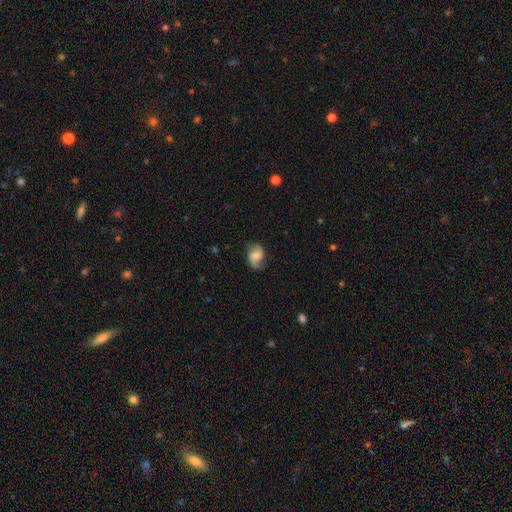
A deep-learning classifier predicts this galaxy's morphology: smooth_or_featured: featured or disk (p=0.61) [alt: smooth p=0.30]
disk_edge_on: no (p=0.97) [alt: yes p=0.03]
bar: no (p=0.51) [alt: weak p=0.39]
has_spiral_arms: yes (p=0.92) [alt: no p=0.08]
spiral_winding: loose (p=0.49) [alt: medium p=0.38]
spiral_arm_count: 2 (p=0.86) [alt: 1 p=0.06]
bulge_size: moderate (p=0.31) [alt: small p=0.28]
merging: none (p=0.69) [alt: minor disturbance p=0.20]